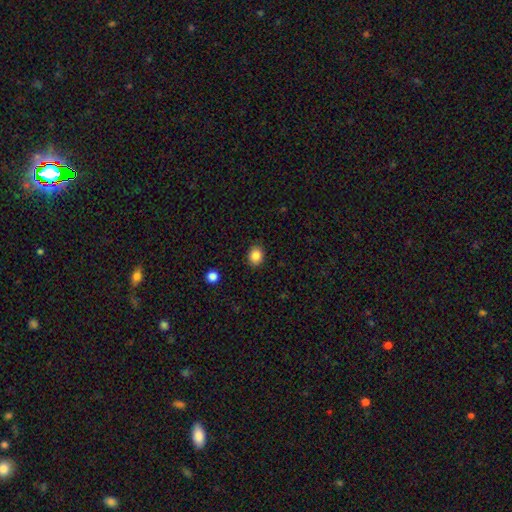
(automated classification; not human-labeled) Smooth or featured?
  - smooth: 86% *
  - star or artifact: 10%
  - featured or disk: 4%
How rounded?
  - round: 60% *
  - in between: 39%
  - cigar-shaped: 1%
Merging?
  - none: 88% *
  - minor disturbance: 8%
  - major disturbance: 2%
  - merger: 1%